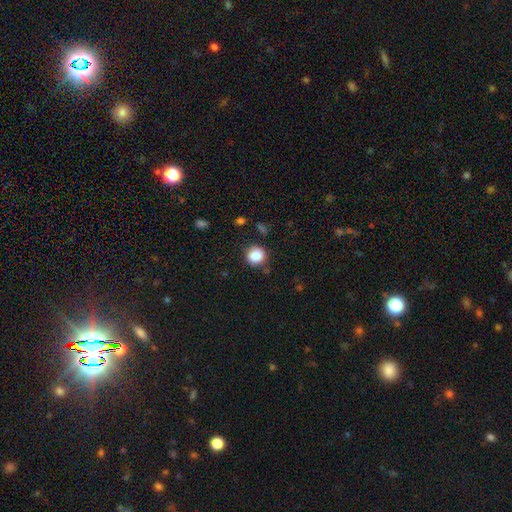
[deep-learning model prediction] The model was most divided on "merging": none: 82%, minor disturbance: 12%, major disturbance: 3%, merger: 3%. More confident: how rounded — round (89%); smooth or featured — smooth (86%).